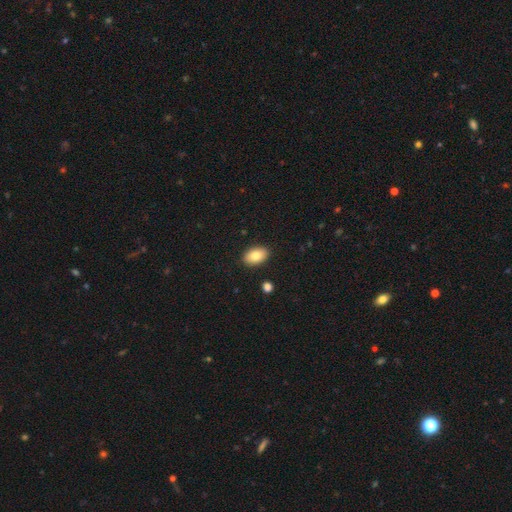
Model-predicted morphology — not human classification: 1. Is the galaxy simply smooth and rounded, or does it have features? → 82% smooth, 11% featured or disk, 7% star or artifact.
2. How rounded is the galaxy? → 91% in between, 8% round, 1% cigar-shaped.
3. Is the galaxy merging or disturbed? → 89% none, 8% minor disturbance, 2% major disturbance, 2% merger.